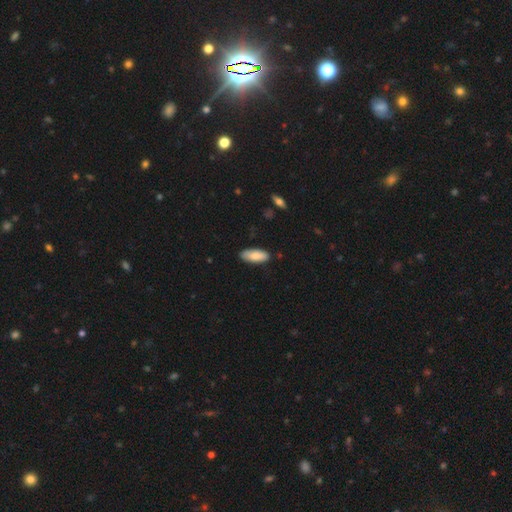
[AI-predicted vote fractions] This appears to be a smooth galaxy with no disk features (83%) that is in between round and cigar-shaped (80%). Merging: none (82%).